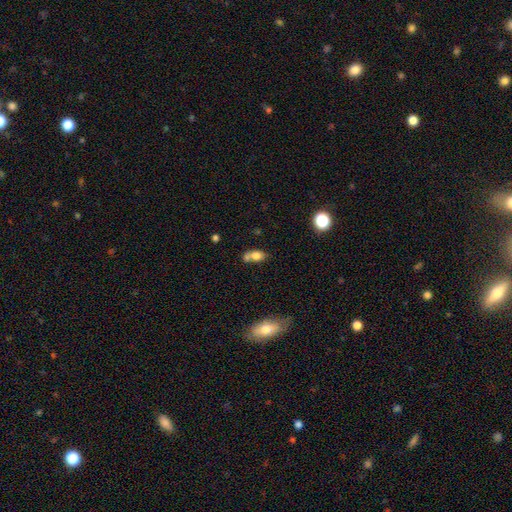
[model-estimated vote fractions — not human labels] This is likely a smooth galaxy (75%). How rounded: likely in between (74%). Merging: marginally merger (44%).